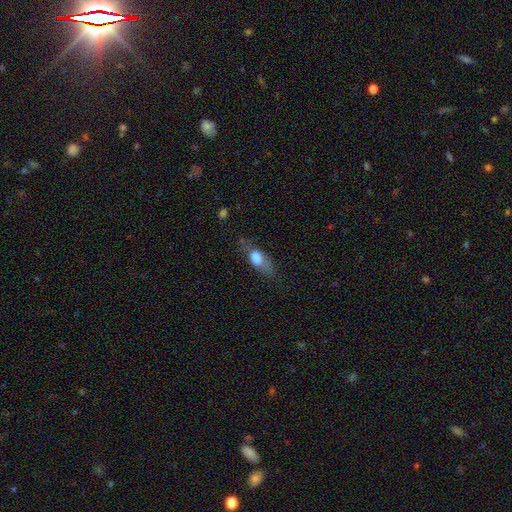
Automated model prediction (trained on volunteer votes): Smooth or featured?
  - smooth: 66% *
  - featured or disk: 25%
  - star or artifact: 9%
How rounded?
  - in between: 70% *
  - cigar-shaped: 23%
  - round: 7%
Merging?
  - none: 50% *
  - minor disturbance: 27%
  - major disturbance: 19%
  - merger: 4%